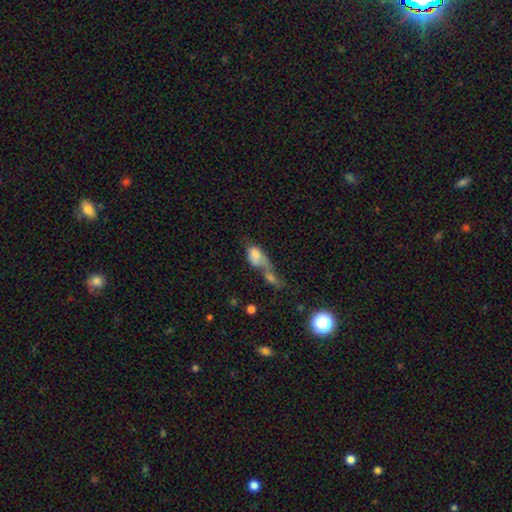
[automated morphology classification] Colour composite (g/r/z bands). It shows a smooth galaxy with no disk features (66%) that is in between round and cigar-shaped (82%). Merging: merger (68%).